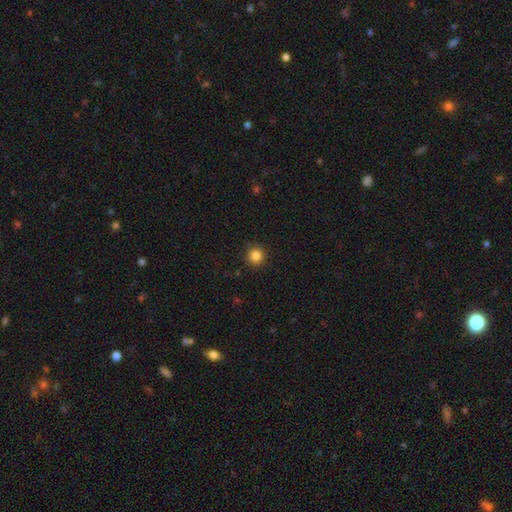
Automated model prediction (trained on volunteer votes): A smooth galaxy with no disk features (84%) that is round (94%). Merging: none (90%).